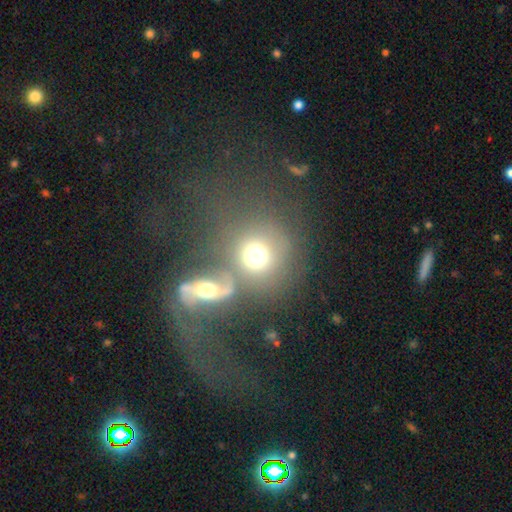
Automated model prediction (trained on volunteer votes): Morphology: type=smooth (66%); roundness=round (84%); merging=merger (42%).